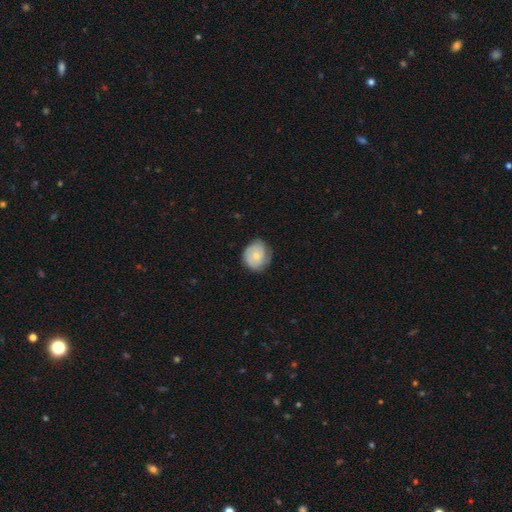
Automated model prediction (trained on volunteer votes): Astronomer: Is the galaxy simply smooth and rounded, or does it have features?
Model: smooth — 56% (runner-up: featured or disk, 37%).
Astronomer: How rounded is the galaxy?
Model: round — 71%.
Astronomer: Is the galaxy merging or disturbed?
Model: none — 67%.